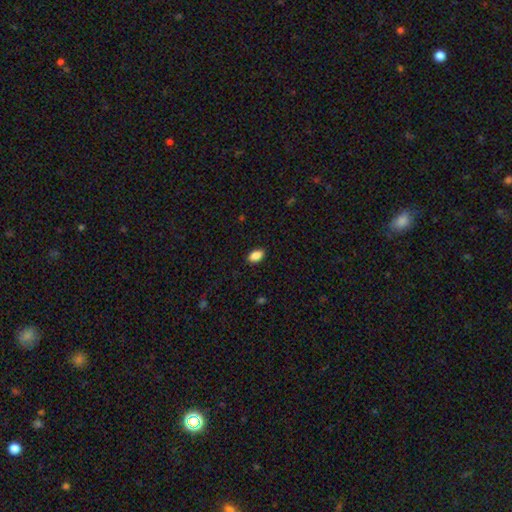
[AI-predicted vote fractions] Smooth or featured? smooth (86%)
How rounded? in between (91%)
Merging? none (88%)